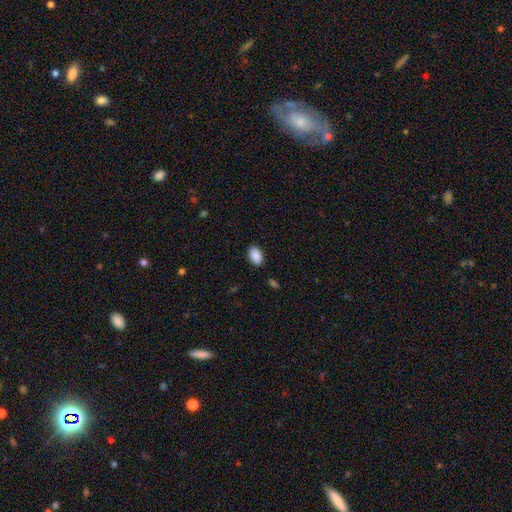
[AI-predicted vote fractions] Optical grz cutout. It shows a smooth galaxy with no disk features (90%) that is in between round and cigar-shaped (91%). Merging: none (87%).